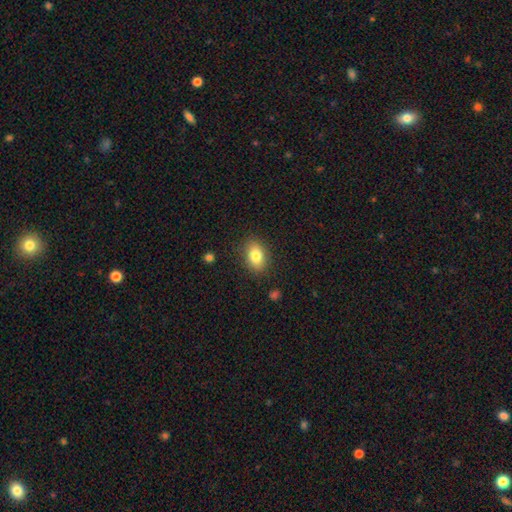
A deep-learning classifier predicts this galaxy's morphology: A smooth galaxy with no disk features (82%) that is in between round and cigar-shaped (80%).

Vote fractions:
- Smooth or featured? smooth: 82% / featured or disk: 9% / star or artifact: 9%
- How rounded? in between: 80% / round: 19% / cigar-shaped: 2%
- Merging? none: 86% / minor disturbance: 10% / major disturbance: 3% / merger: 1%